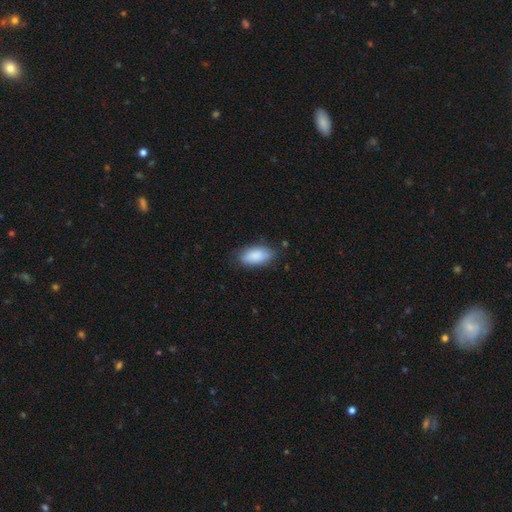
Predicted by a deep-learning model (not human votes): smooth_or_featured: smooth (p=0.88) [alt: star or artifact p=0.06]
how_rounded: in between (p=0.90) [alt: cigar-shaped p=0.07]
merging: none (p=0.77) [alt: minor disturbance p=0.18]